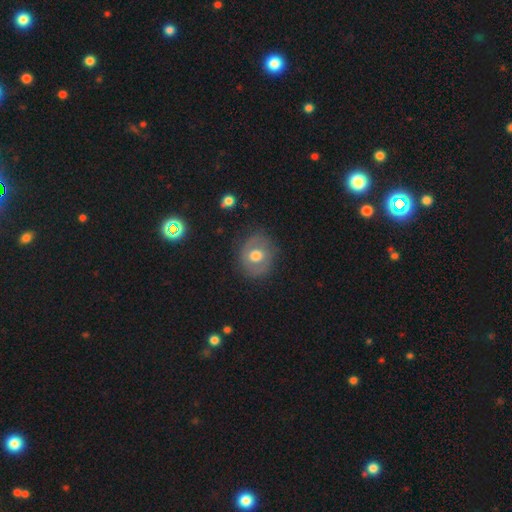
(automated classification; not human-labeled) Smooth or featured? smooth (52%)
How rounded? round (70%)
Merging? none (77%)